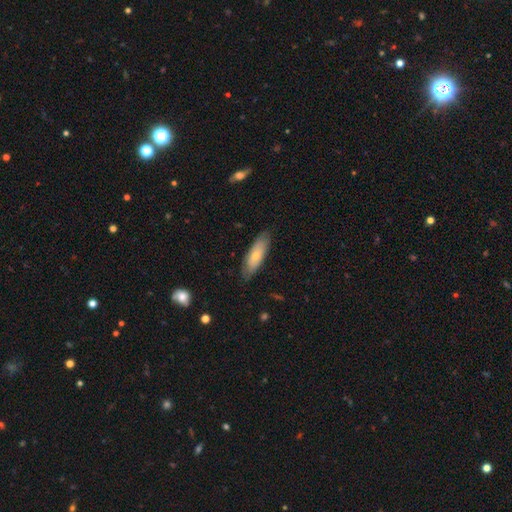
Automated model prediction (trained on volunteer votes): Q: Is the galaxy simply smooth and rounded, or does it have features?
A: smooth — 66%.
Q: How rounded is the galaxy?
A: in between — 55%.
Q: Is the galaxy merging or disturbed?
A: none — 82%.